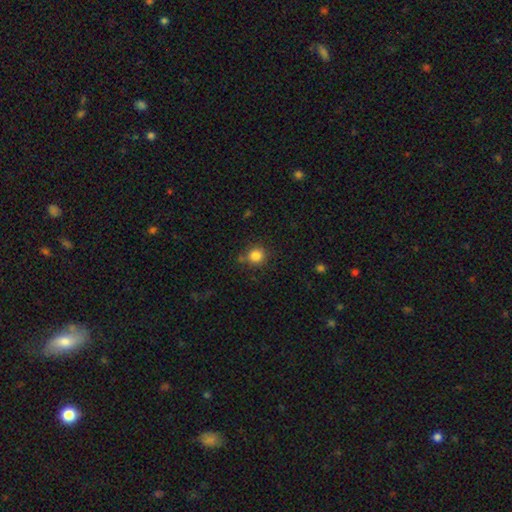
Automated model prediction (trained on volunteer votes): A smooth galaxy with no disk features (84%) that is round (91%).

Vote fractions:
- Smooth or featured? smooth: 84% / star or artifact: 12% / featured or disk: 4%
- How rounded? round: 91% / in between: 8% / cigar-shaped: 1%
- Merging? none: 79% / minor disturbance: 12% / merger: 5% / major disturbance: 4%